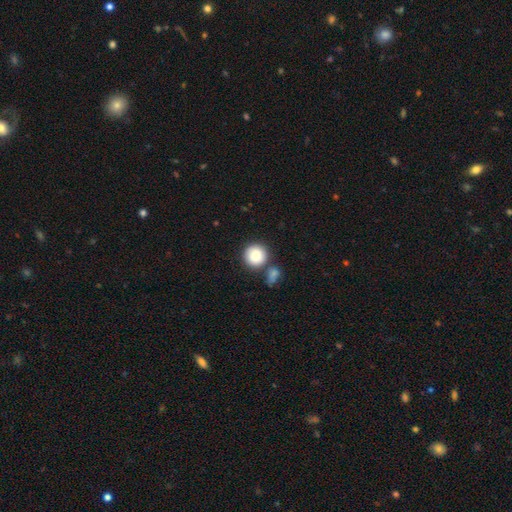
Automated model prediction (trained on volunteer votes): Smooth or featured? Predicted: smooth (p=0.87). How rounded? Predicted: round (p=0.92). Merging? Predicted: none (p=0.65).